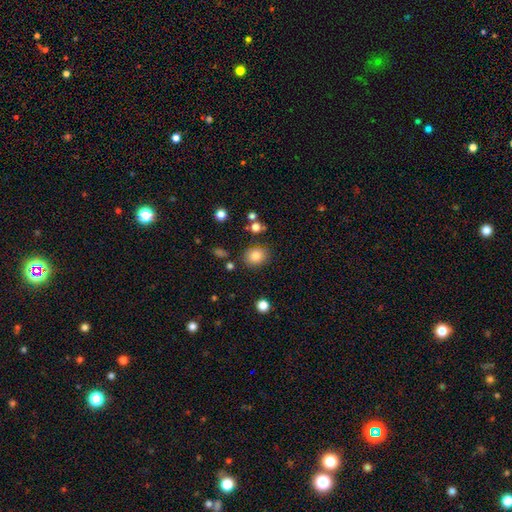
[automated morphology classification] This is clearly a smooth galaxy (83%). How rounded: likely round (62%). Merging: clearly none (83%).